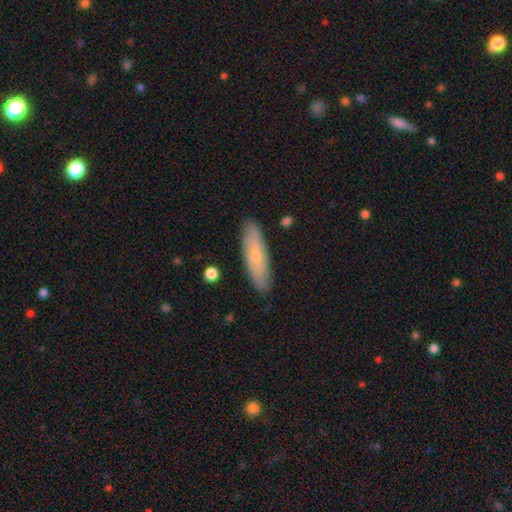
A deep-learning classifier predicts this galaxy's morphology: smooth 66%, featured or disk 28%, star or artifact 6%. Down the decision tree: how rounded — cigar-shaped (60%); merging — none (87%).